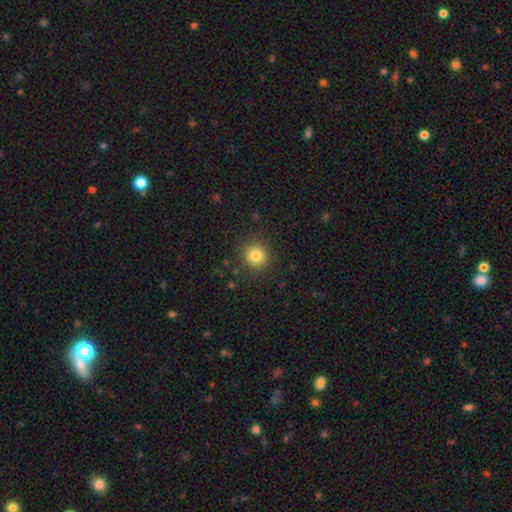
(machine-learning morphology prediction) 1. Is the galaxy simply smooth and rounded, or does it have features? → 82% smooth, 12% star or artifact, 6% featured or disk.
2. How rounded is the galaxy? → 90% round, 10% in between, 1% cigar-shaped.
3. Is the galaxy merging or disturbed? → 88% none, 8% minor disturbance, 3% major disturbance, 1% merger.